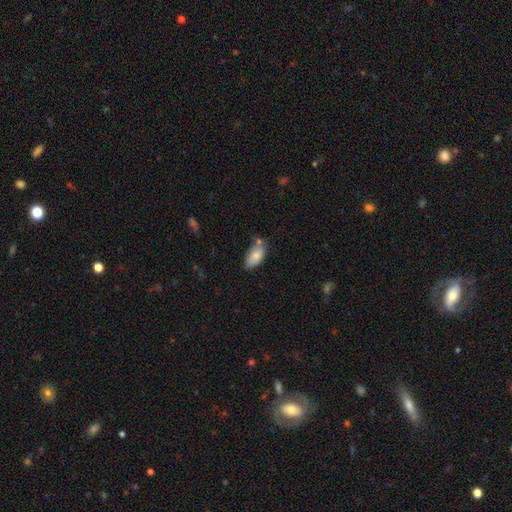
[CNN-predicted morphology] This is clearly a smooth galaxy (81%). How rounded: clearly in between (93%). Merging: possibly none (56%).